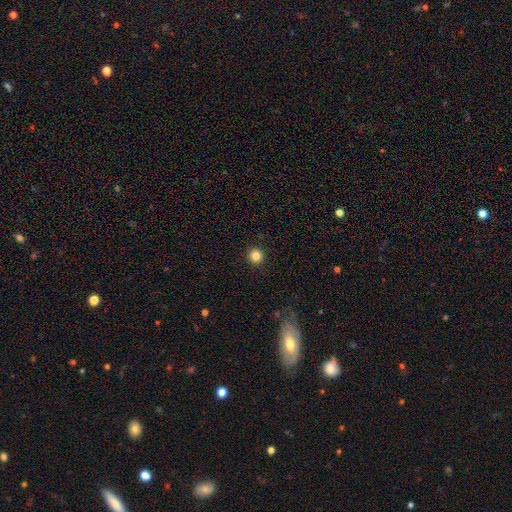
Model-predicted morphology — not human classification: This appears to be a smooth galaxy with no disk features (84%) that is round (95%). Merging: none (93%).